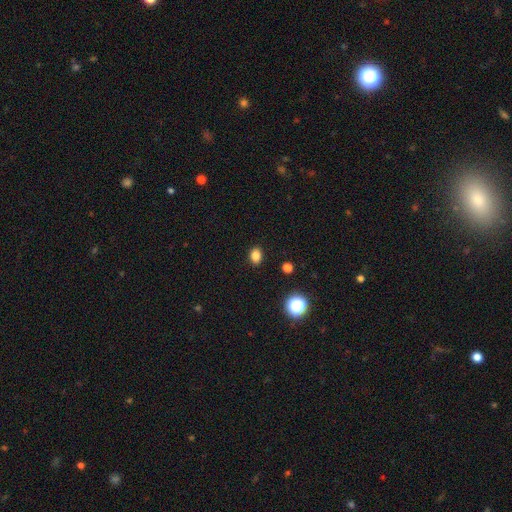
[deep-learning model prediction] This is clearly a smooth galaxy (82%). How rounded: likely in between (64%). Merging: clearly none (89%).